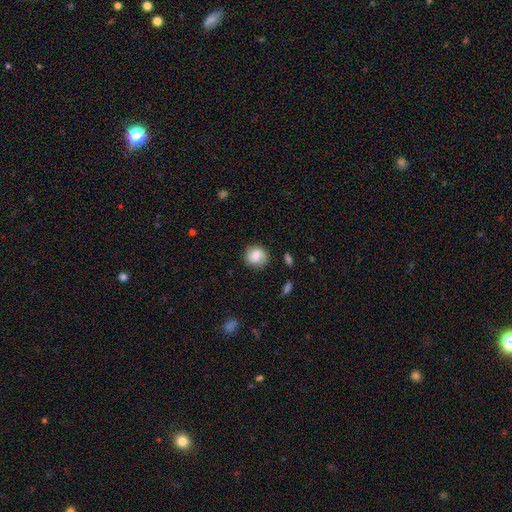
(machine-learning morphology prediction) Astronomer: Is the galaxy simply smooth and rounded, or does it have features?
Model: smooth — 71%.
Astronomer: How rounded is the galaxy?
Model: round — 85%.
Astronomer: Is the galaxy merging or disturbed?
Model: none — 79%.